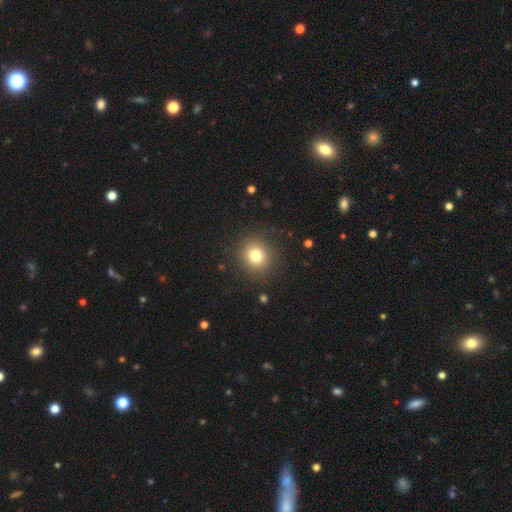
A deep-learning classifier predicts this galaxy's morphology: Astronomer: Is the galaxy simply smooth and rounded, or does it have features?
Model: smooth — 78%.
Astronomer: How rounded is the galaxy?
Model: round — 89%.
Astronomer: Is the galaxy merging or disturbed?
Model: none — 88%.